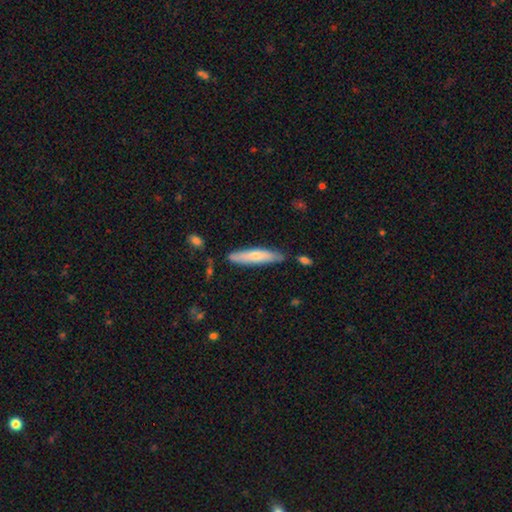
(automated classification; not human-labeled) smooth-or-featured: smooth: 64% | featured or disk: 31% | star or artifact: 6%
  how-rounded: cigar-shaped: 85% | in between: 13% | round: 1%
  merging: none: 79% | minor disturbance: 14% | merger: 4% | major disturbance: 2%